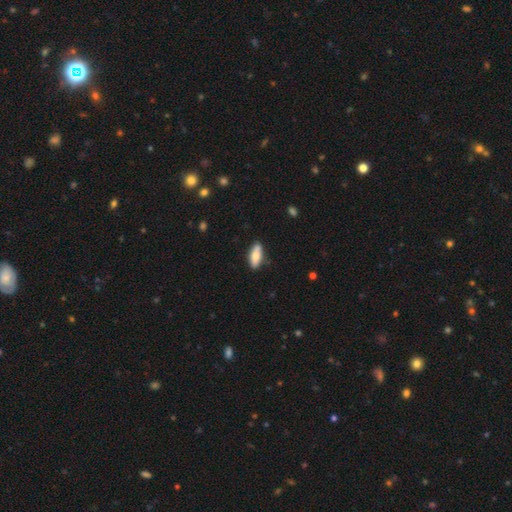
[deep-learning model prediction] This is likely a smooth galaxy (75%). How rounded: likely in between (72%). Merging: likely none (80%).